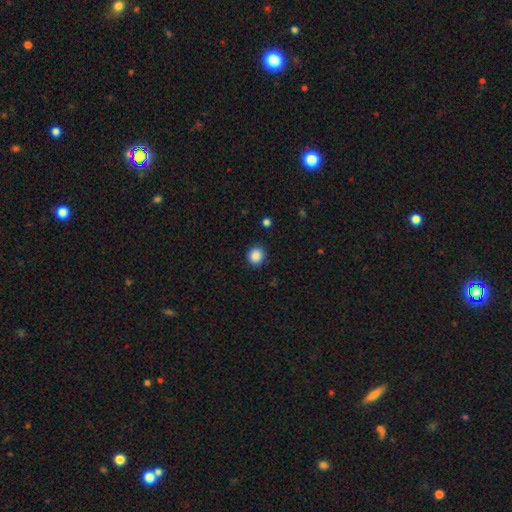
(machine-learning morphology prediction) Smooth or featured? Predicted: smooth (p=0.88). How rounded? Predicted: round (p=0.89). Merging? Predicted: none (p=0.90).